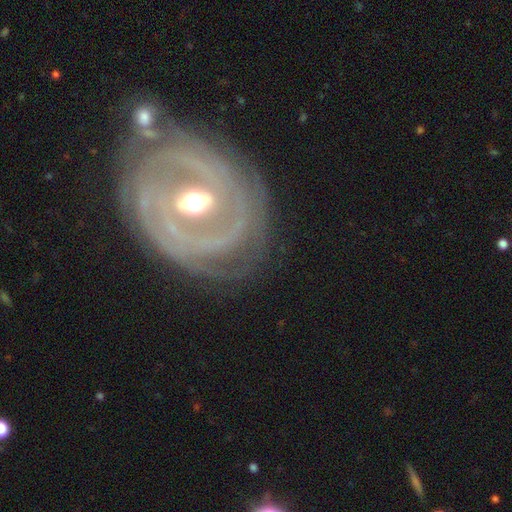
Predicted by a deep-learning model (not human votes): This is clearly a featured or disk galaxy (86%). It is clearly not viewed edge-on (95%). Bar: marginally weak (36%). Spiral arm pattern: clearly yes (85%). Spiral arm count: marginally can't tell (31%). Spiral winding: likely tight (76%). Central bulge: likely moderate (76%). Merging: likely none (74%).